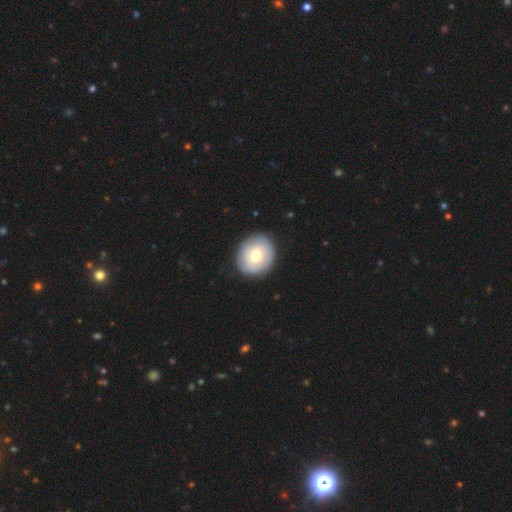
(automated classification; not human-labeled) Smooth or featured? Predicted: smooth (p=0.64). How rounded? Predicted: round (p=0.70). Merging? Predicted: none (p=0.86).